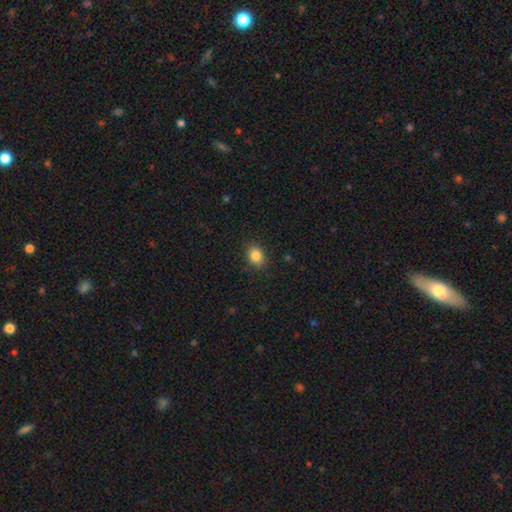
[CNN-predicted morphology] smooth-or-featured: smooth: 85% | star or artifact: 10% | featured or disk: 5%
  how-rounded: in between: 58% | round: 41% | cigar-shaped: 1%
  merging: none: 87% | minor disturbance: 10% | major disturbance: 3% | merger: 1%